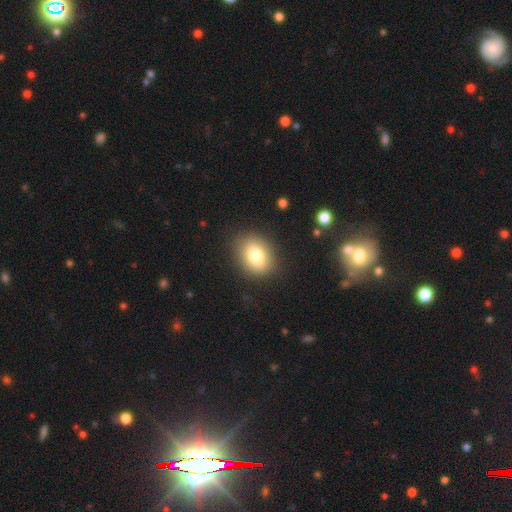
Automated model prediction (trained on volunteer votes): Smooth or featured: smooth — 80% (featured or disk — 11%)
How rounded: in between — 62% (round — 37%)
Merging: none — 85% (minor disturbance — 10%)